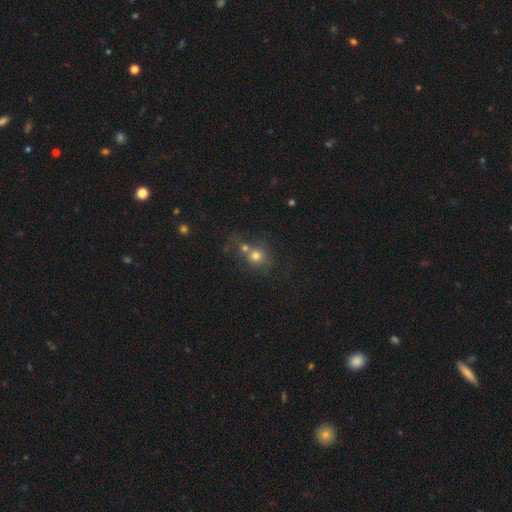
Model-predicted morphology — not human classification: Smooth or featured? Predicted: smooth (p=0.72). How rounded? Predicted: round (p=0.84). Merging? Predicted: merger (p=0.46).